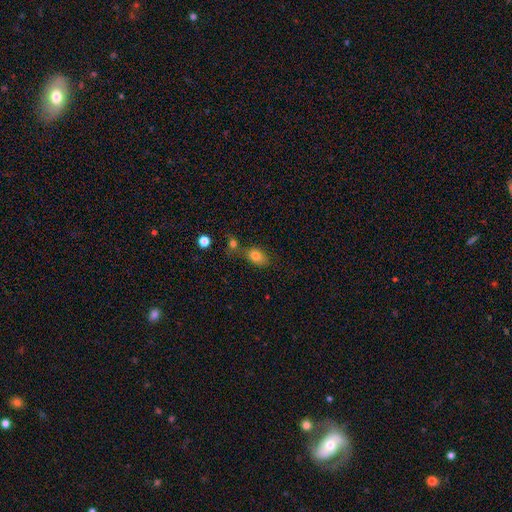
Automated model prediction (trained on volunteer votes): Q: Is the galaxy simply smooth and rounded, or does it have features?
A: smooth — 80%.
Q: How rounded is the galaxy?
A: in between — 78%.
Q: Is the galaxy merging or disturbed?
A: none — 58%.